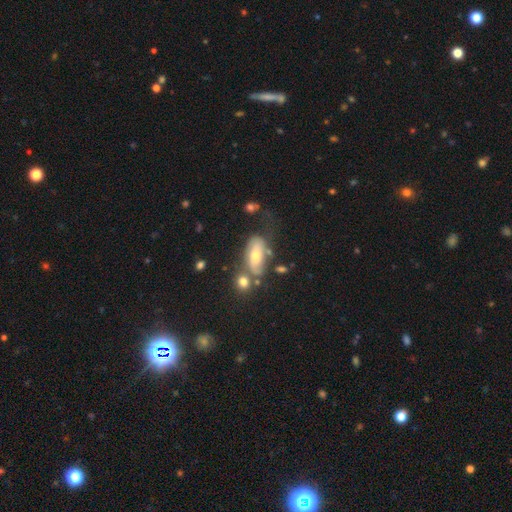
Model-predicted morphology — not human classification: The model was most divided on "smooth or featured": smooth: 47%, featured or disk: 41%, star or artifact: 12%. Remaining: merging — none (44%).